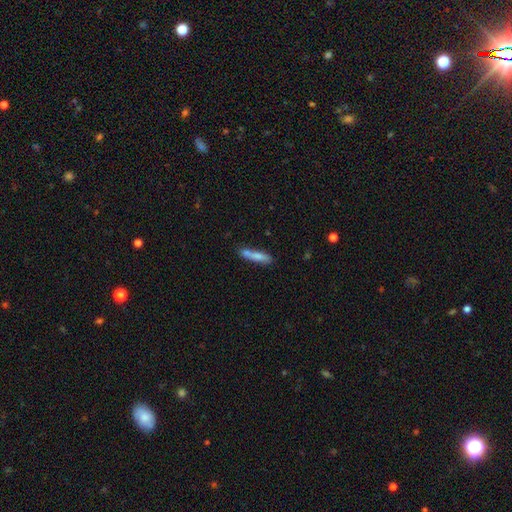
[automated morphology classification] A smooth galaxy with no disk features (74%) that is cigar-shaped (83%). Merging: none (57%).